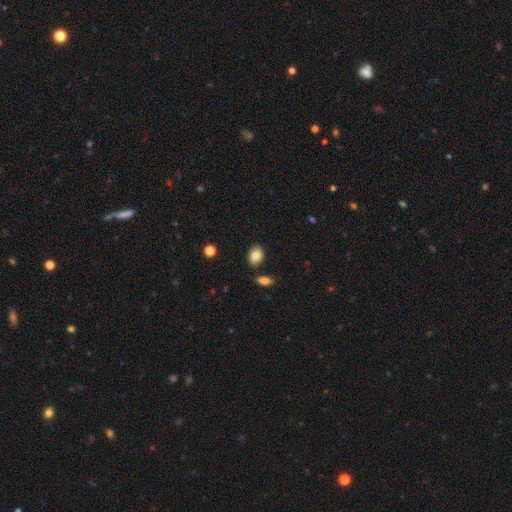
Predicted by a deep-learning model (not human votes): This is clearly a smooth galaxy (85%). How rounded: clearly in between (82%). Merging: clearly none (81%).